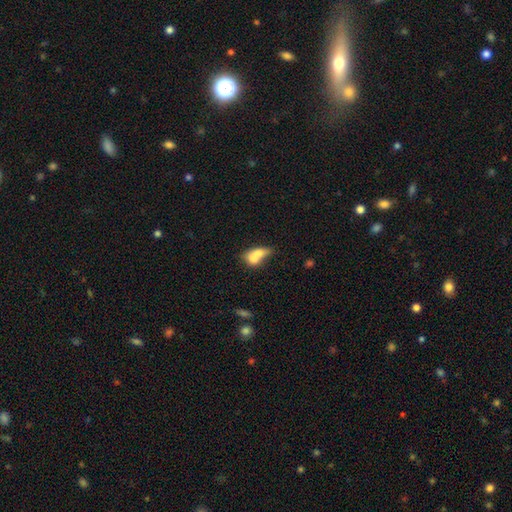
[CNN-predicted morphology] This is likely a smooth galaxy (67%). How rounded: likely in between (66%). Merging: likely merger (67%).